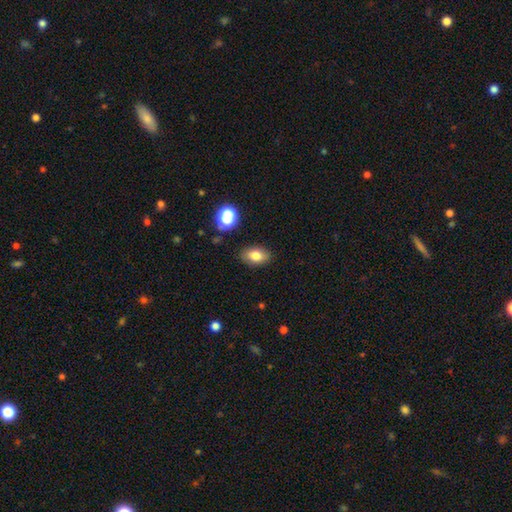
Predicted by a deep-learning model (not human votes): This is likely a smooth galaxy (78%). How rounded: clearly in between (87%). Merging: clearly none (85%).